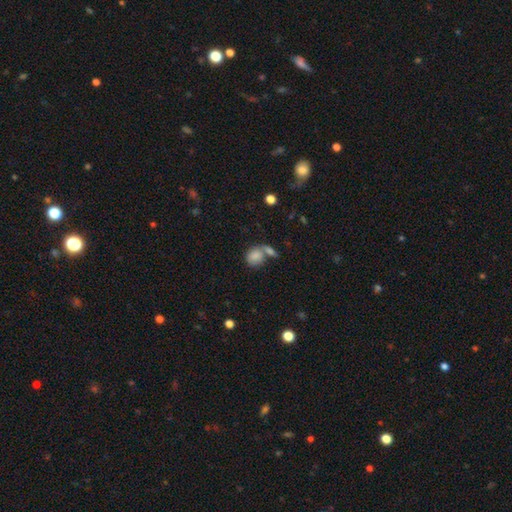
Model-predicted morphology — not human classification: smooth-or-featured: smooth: 82% | featured or disk: 10% | star or artifact: 9%
  how-rounded: round: 60% | in between: 39% | cigar-shaped: 2%
  merging: merger: 44% | none: 37% | minor disturbance: 12% | major disturbance: 7%